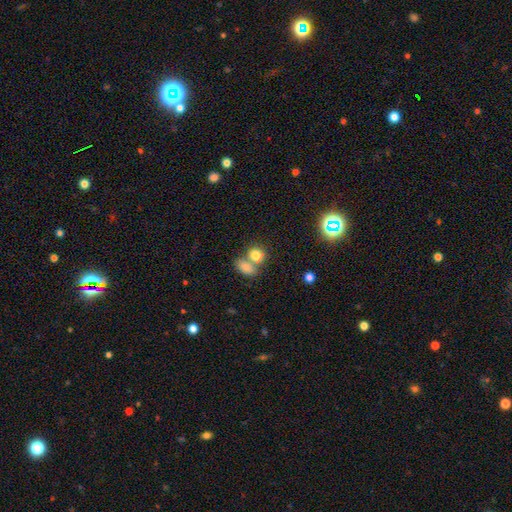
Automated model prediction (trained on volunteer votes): Smooth or featured: smooth — 79% (star or artifact — 11%)
How rounded: in between — 50% (round — 48%)
Merging: merger — 52% (none — 36%)